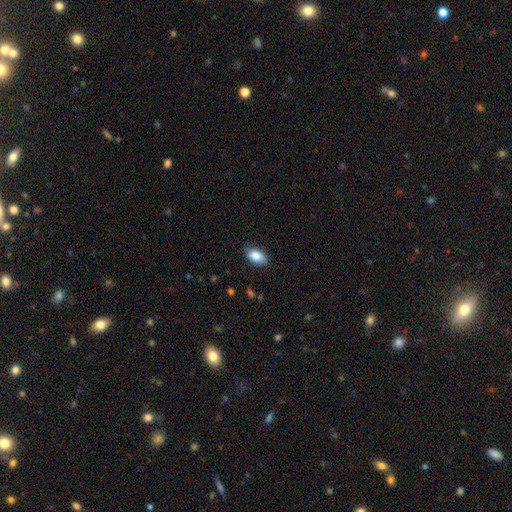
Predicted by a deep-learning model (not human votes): Q: Smooth or featured?
A: smooth (84%); runner-up: featured or disk (9%)
Q: How rounded?
A: in between (91%); runner-up: round (6%)
Q: Merging?
A: none (83%); runner-up: minor disturbance (14%)